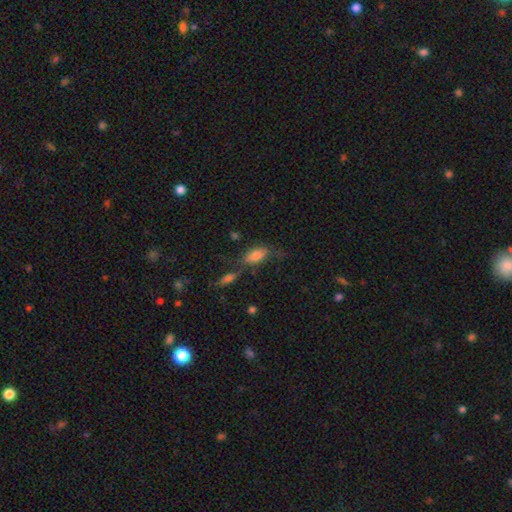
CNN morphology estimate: This is likely a smooth galaxy (79%). How rounded: clearly in between (87%). Merging: possibly none (48%).